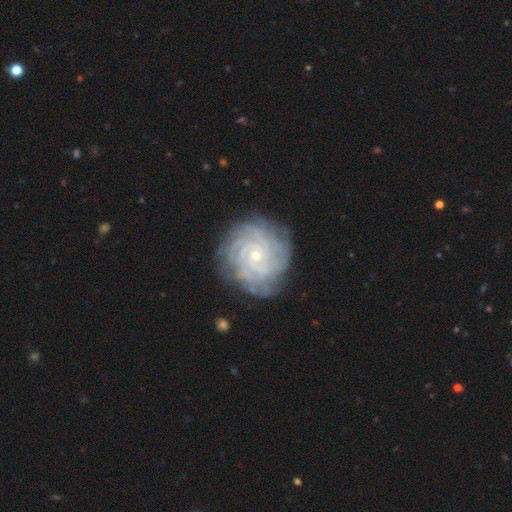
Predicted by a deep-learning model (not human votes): A featured or disk galaxy (85%) with no bar (77%), tight (82%) spiral arms (97%) and a small central bulge (81%). Merging: none (82%).